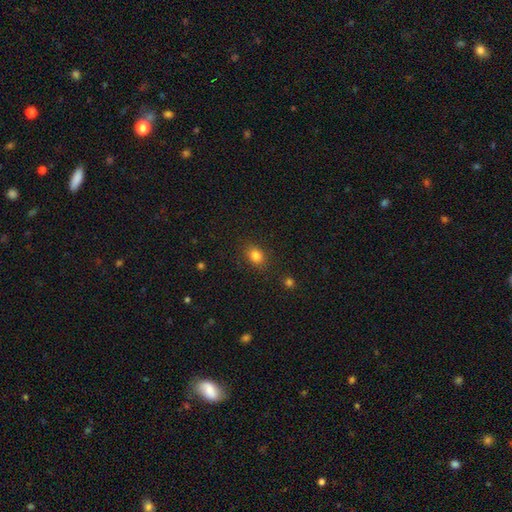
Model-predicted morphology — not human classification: A smooth galaxy with no disk features (83%) that is in between round and cigar-shaped (57%).

Vote fractions:
- Smooth or featured? smooth: 83% / star or artifact: 11% / featured or disk: 6%
- How rounded? in between: 57% / round: 42% / cigar-shaped: 1%
- Merging? none: 84% / minor disturbance: 11% / major disturbance: 3% / merger: 2%